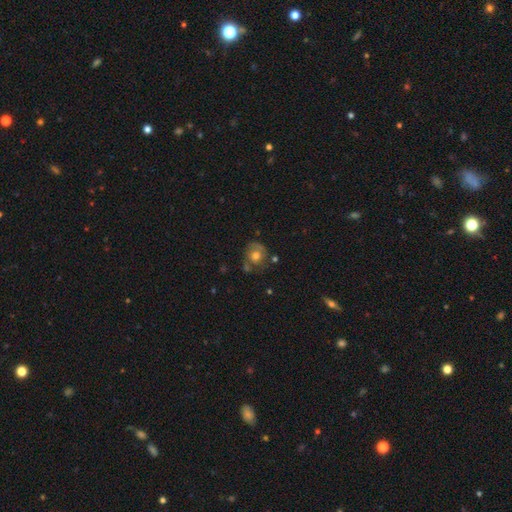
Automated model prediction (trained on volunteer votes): Smooth or featured? smooth (64%)
How rounded? round (79%)
Merging? none (55%)